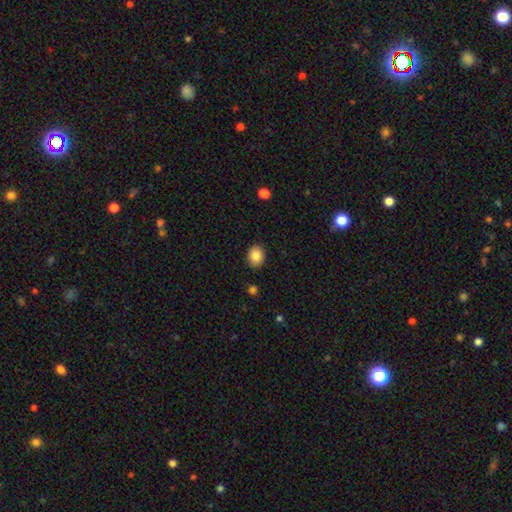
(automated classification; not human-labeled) smooth-or-featured: smooth: 87% | star or artifact: 8% | featured or disk: 5%
  how-rounded: in between: 52% | round: 47% | cigar-shaped: 1%
  merging: none: 88% | minor disturbance: 9% | major disturbance: 2% | merger: 1%